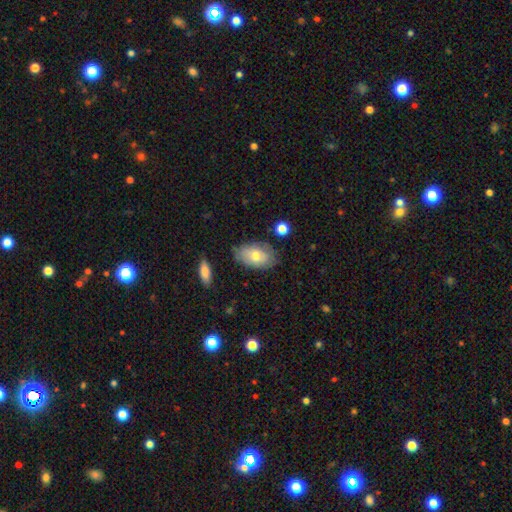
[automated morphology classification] This is likely a smooth galaxy (68%). How rounded: clearly in between (91%). Merging: likely none (73%).